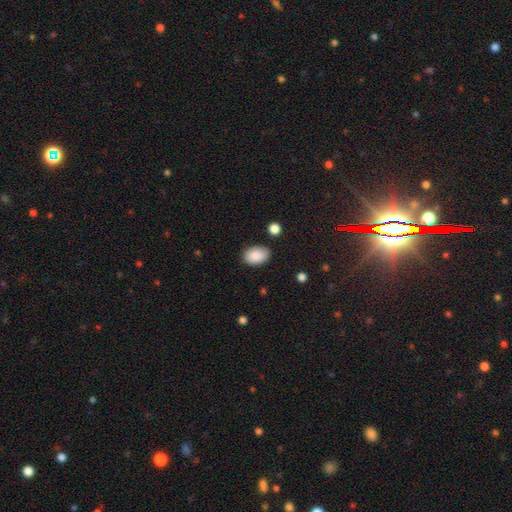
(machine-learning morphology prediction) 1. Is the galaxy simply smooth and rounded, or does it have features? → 89% smooth, 7% star or artifact, 4% featured or disk.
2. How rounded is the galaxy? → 88% in between, 11% round, 1% cigar-shaped.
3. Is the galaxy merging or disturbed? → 78% none, 16% minor disturbance, 3% major disturbance, 2% merger.